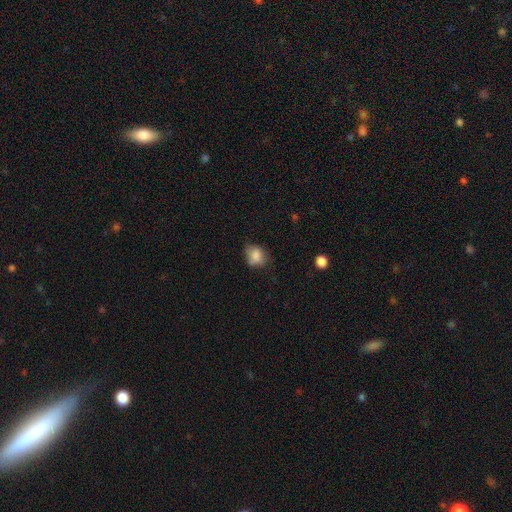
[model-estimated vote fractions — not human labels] A smooth galaxy with no disk features (80%) that is in between round and cigar-shaped (55%).

Vote fractions:
- Smooth or featured? smooth: 80% / featured or disk: 10% / star or artifact: 10%
- How rounded? in between: 55% / round: 44% / cigar-shaped: 1%
- Merging? none: 54% / minor disturbance: 32% / major disturbance: 10% / merger: 3%